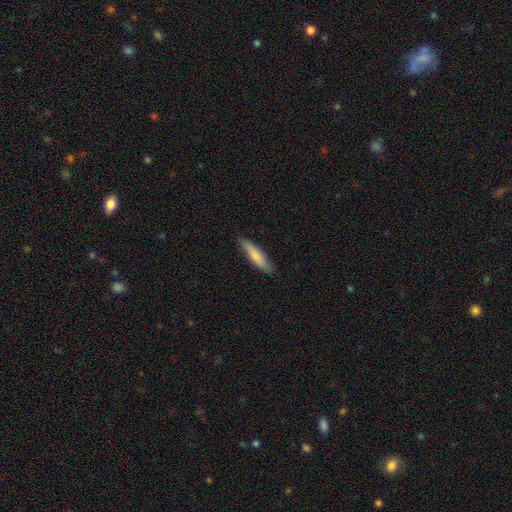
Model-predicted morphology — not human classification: Smooth or featured? Predicted: smooth (p=0.80). How rounded? Predicted: cigar-shaped (p=0.76). Merging? Predicted: none (p=0.86).